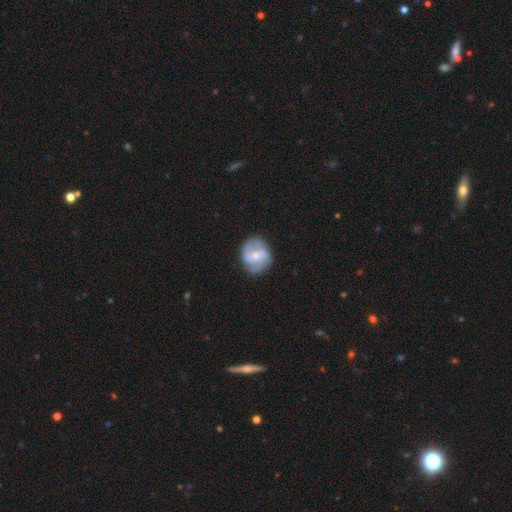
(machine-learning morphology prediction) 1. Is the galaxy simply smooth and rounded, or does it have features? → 68% featured or disk, 26% smooth, 6% star or artifact.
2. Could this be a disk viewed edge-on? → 98% no, 2% yes.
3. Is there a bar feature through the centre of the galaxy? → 47% weak, 35% no, 18% strong.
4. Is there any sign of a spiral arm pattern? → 90% yes, 10% no.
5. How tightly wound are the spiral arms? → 47% medium, 27% tight, 26% loose.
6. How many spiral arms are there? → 53% 2, 20% 3, 16% can't tell, 4% 4, 3% 1, 3% more than 4.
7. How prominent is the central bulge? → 54% small, 39% moderate, 4% none, 3% large, 1% dominant.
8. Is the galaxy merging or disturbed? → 76% none, 17% minor disturbance, 6% major disturbance, 1% merger.